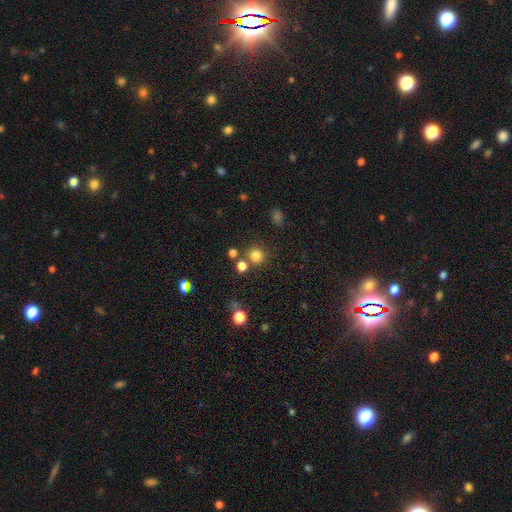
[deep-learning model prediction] Smooth or featured: smooth — 79% (star or artifact — 16%)
How rounded: round — 92% (in between — 7%)
Merging: none — 77% (merger — 12%)